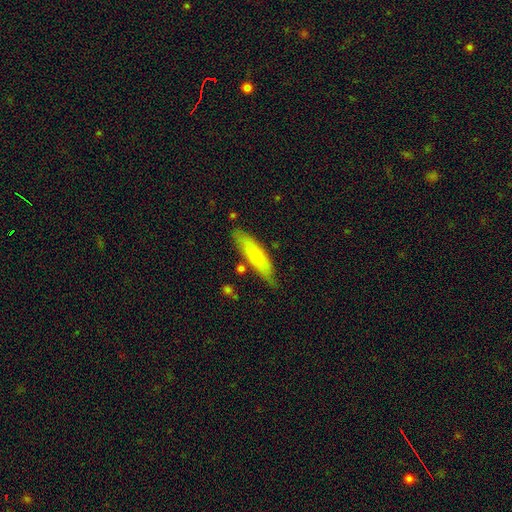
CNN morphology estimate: Smooth or featured: smooth — 72% (featured or disk — 22%)
How rounded: cigar-shaped — 73% (in between — 26%)
Merging: none — 75% (minor disturbance — 18%)